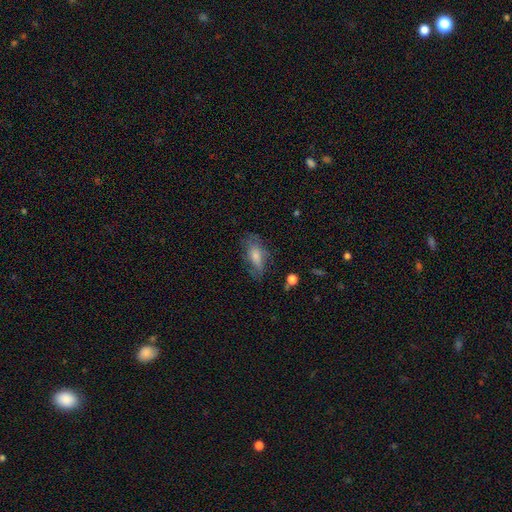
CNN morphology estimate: Q: Smooth or featured?
A: smooth (53%); runner-up: featured or disk (35%)
Q: How rounded?
A: in between (78%); runner-up: cigar-shaped (17%)
Q: Merging?
A: none (61%); runner-up: minor disturbance (24%)